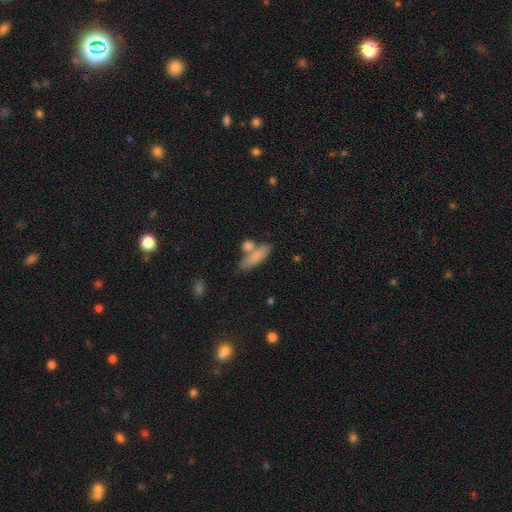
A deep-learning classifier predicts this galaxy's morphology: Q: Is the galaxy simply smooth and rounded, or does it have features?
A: smooth — 79%.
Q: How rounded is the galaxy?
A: cigar-shaped — 48%.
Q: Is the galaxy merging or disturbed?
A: none — 56%.